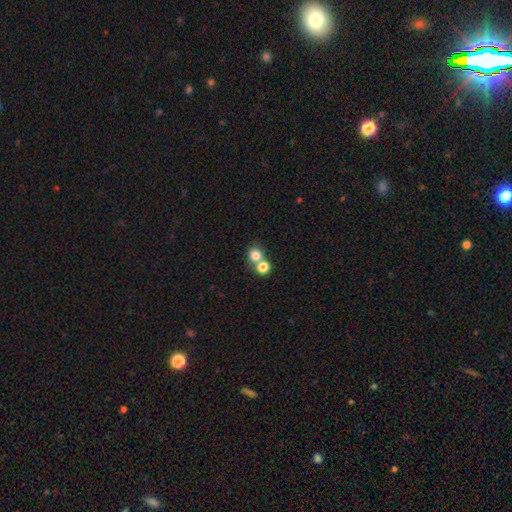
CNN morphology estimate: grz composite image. It shows a smooth galaxy with no disk features (79%) that is round (84%). Merging: none (49%).